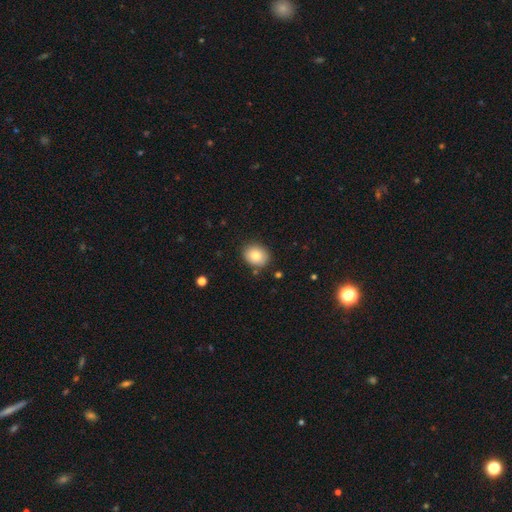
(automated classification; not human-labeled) A smooth galaxy with no disk features (82%) that is round (60%).

Vote fractions:
- Smooth or featured? smooth: 82% / featured or disk: 9% / star or artifact: 9%
- How rounded? round: 60% / in between: 39% / cigar-shaped: 1%
- Merging? none: 86% / minor disturbance: 10% / major disturbance: 2% / merger: 2%